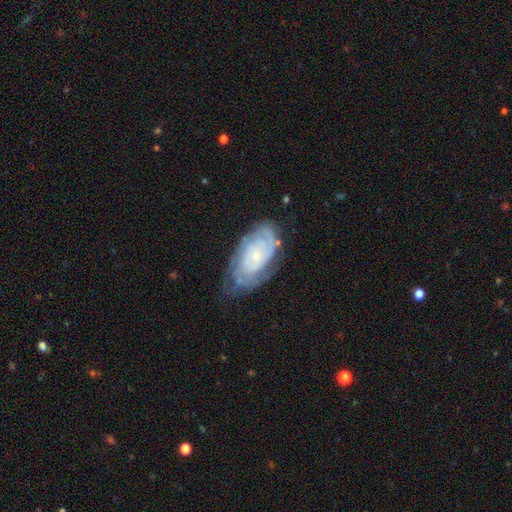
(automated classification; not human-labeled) featured or disk 83%, smooth 11%, star or artifact 6%. Down the decision tree: edge-on disk — no (96%); bar — no (74%); spiral arms — yes (95%); spiral arm count — can't tell (38%); spiral winding — tight (74%); bulge size — small (77%); merging — none (65%).